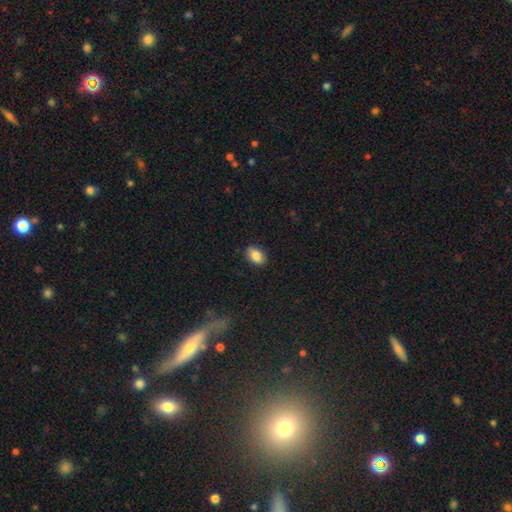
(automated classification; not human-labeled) Overall: smooth (85%). How rounded: in between (89%). Merging: none (88%).